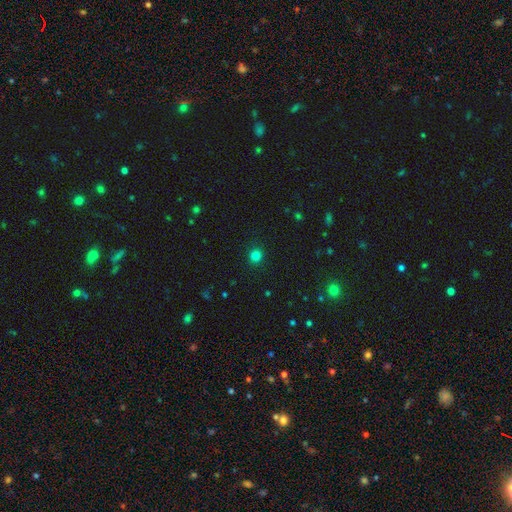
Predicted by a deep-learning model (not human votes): smooth 81%, star or artifact 15%, featured or disk 4%. Down the decision tree: how rounded — round (87%); merging — none (90%).